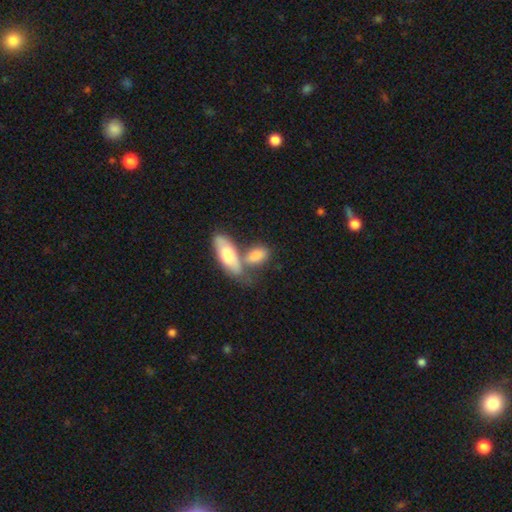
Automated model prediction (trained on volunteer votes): smooth_or_featured: smooth (p=0.79) [alt: featured or disk p=0.15]
how_rounded: in between (p=0.83) [alt: cigar-shaped p=0.12]
merging: merger (p=0.49) [alt: none p=0.32]